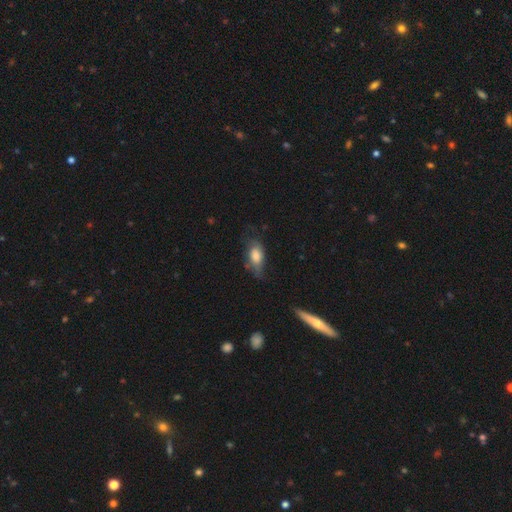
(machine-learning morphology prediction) This is likely a smooth galaxy (68%). How rounded: clearly in between (84%). Merging: possibly none (52%).